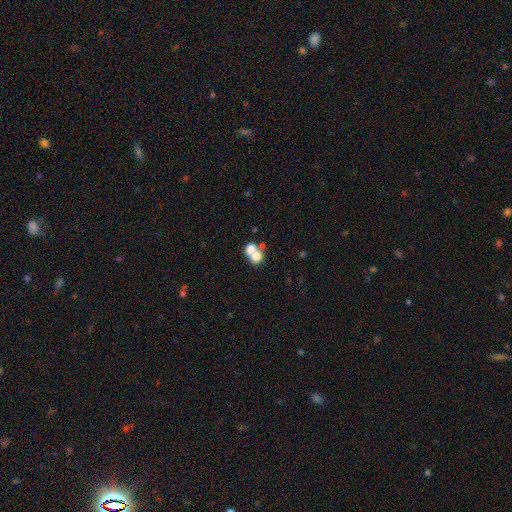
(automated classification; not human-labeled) Smooth or featured? smooth (71%)
How rounded? round (57%)
Merging? merger (64%)